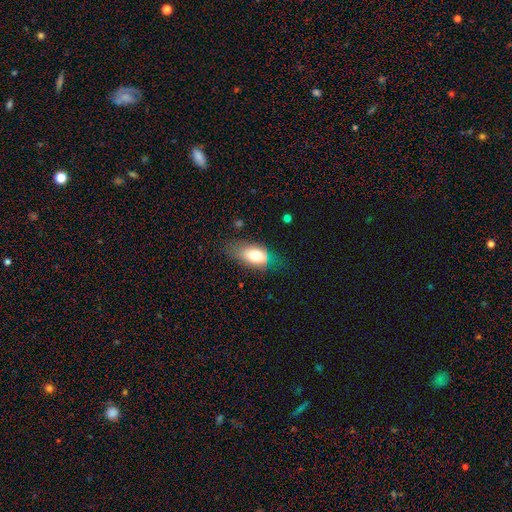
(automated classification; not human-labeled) Smooth or featured? Predicted: smooth (p=0.72). How rounded? Predicted: in between (p=0.87). Merging? Predicted: none (p=0.56).